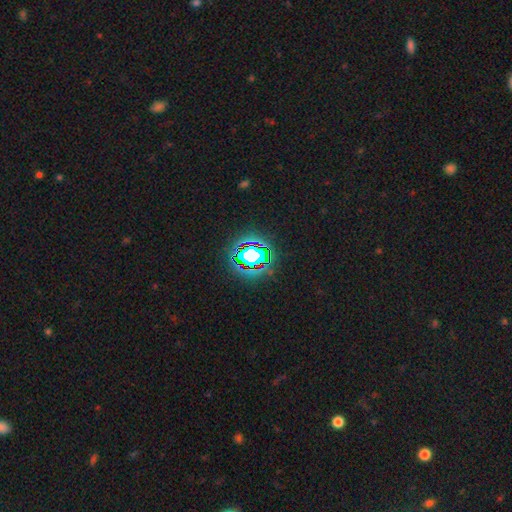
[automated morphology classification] Smooth or featured?
  - star or artifact: 66% *
  - smooth: 20%
  - featured or disk: 14%